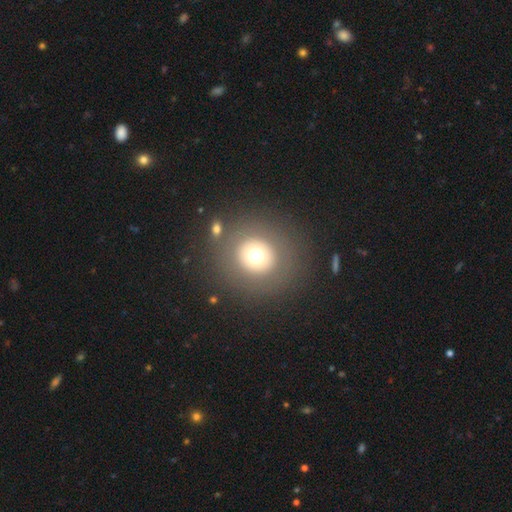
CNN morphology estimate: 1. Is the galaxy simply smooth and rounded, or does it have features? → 65% smooth, 21% featured or disk, 14% star or artifact.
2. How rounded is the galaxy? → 92% round, 7% in between, 1% cigar-shaped.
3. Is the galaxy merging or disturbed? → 84% none, 7% minor disturbance, 6% major disturbance, 3% merger.